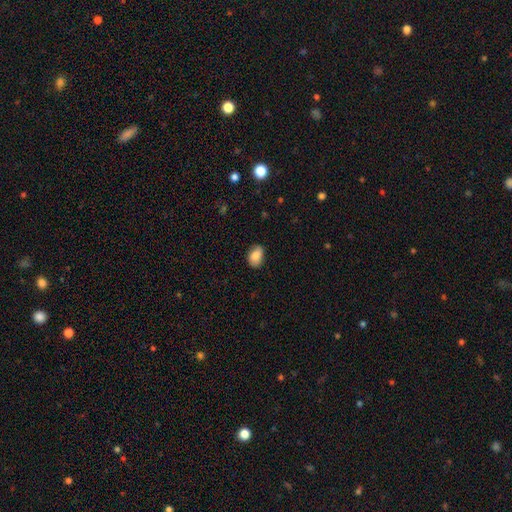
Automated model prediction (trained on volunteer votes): The model was most divided on "merging": none: 79%, minor disturbance: 17%, major disturbance: 3%, merger: 1%. More confident: how rounded — in between (85%); smooth or featured — smooth (83%).